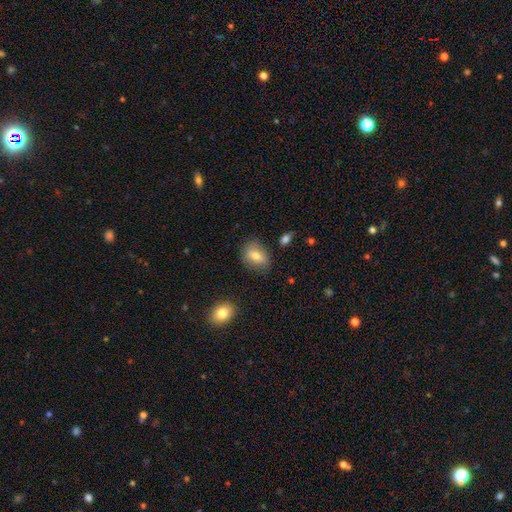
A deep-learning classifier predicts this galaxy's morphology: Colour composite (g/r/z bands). It shows a smooth galaxy with no disk features (74%) that is in between round and cigar-shaped (72%). Merging: none (75%).